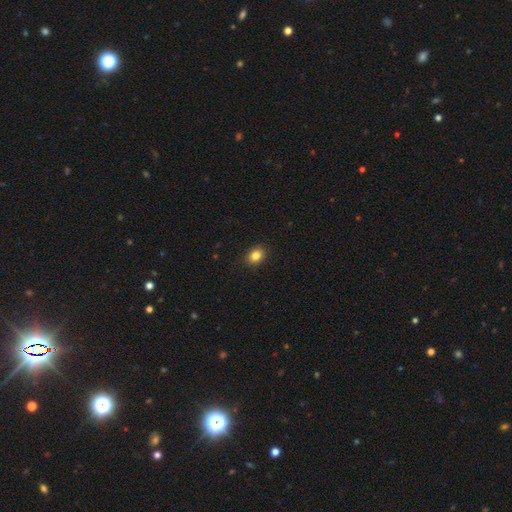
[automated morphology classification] The model was most divided on "how rounded": in between: 58%, round: 41%, cigar-shaped: 1%. More confident: merging — none (89%); smooth or featured — smooth (84%).